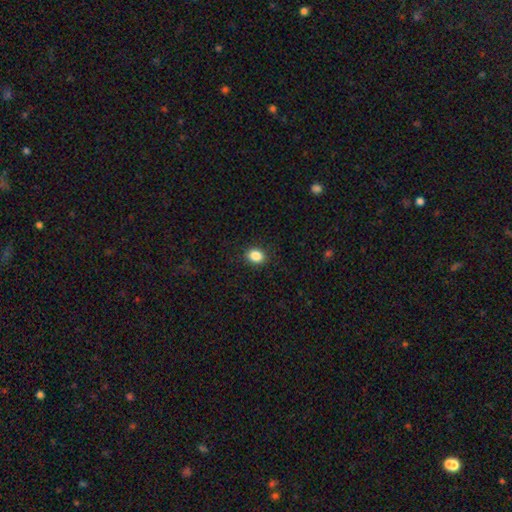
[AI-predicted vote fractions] This is clearly a smooth galaxy (87%). How rounded: possibly in between (59%). Merging: clearly none (88%).